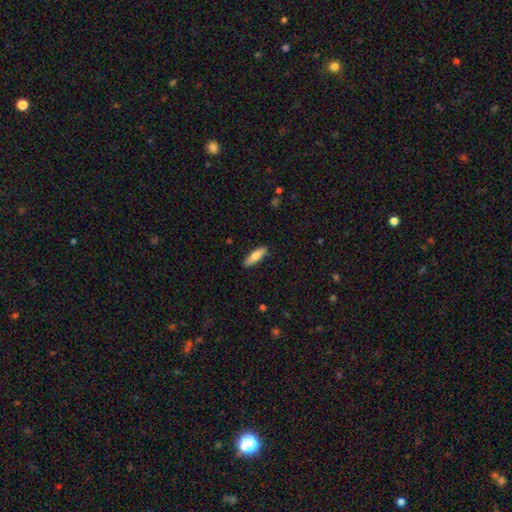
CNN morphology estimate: A smooth galaxy with no disk features (73%) that is cigar-shaped (59%).

Vote fractions:
- Smooth or featured? smooth: 73% / featured or disk: 22% / star or artifact: 6%
- How rounded? cigar-shaped: 59% / in between: 39% / round: 2%
- Merging? none: 88% / minor disturbance: 9% / major disturbance: 2% / merger: 1%